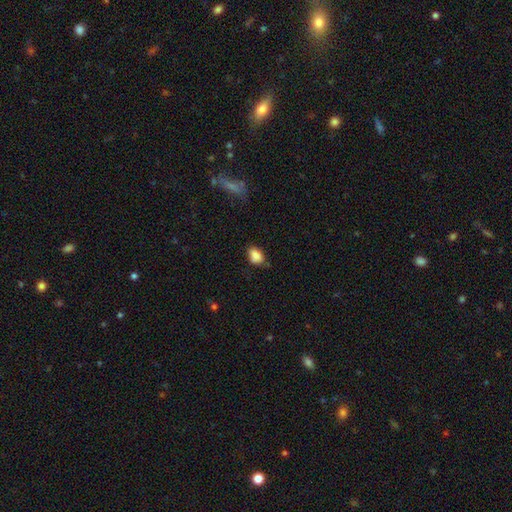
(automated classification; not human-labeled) Smooth or featured: smooth — 85% (star or artifact — 9%)
How rounded: in between — 83% (round — 15%)
Merging: none — 66% (minor disturbance — 26%)